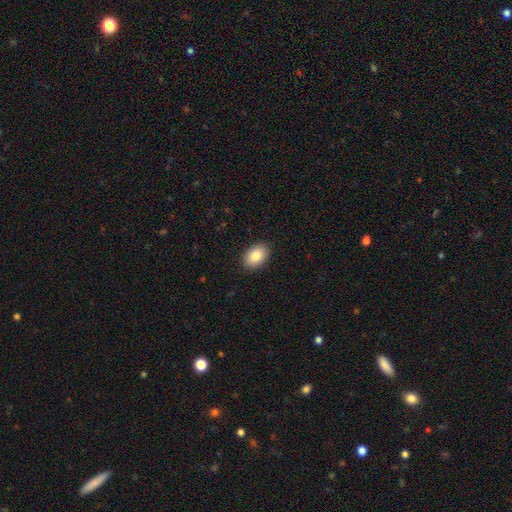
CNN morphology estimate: A smooth galaxy with no disk features (86%) that is in between round and cigar-shaped (87%).

Vote fractions:
- Smooth or featured? smooth: 86% / star or artifact: 7% / featured or disk: 7%
- How rounded? in between: 87% / round: 12% / cigar-shaped: 1%
- Merging? none: 89% / minor disturbance: 8% / major disturbance: 2% / merger: 1%